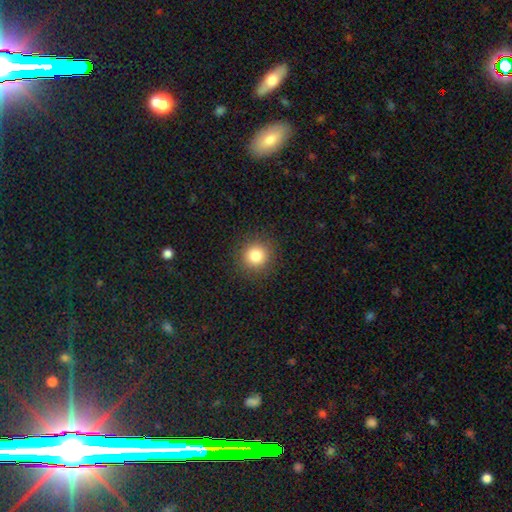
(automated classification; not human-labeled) smooth 82%, star or artifact 12%, featured or disk 6%. Down the decision tree: how rounded — round (93%); merging — none (91%).